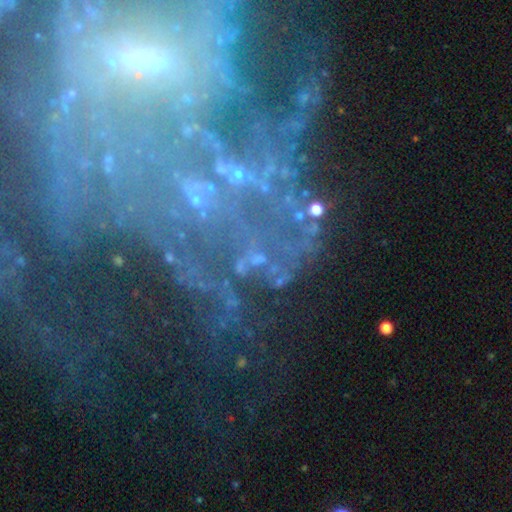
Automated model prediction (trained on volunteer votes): This is possibly a featured or disk galaxy (48%). Merging: possibly none (55%).